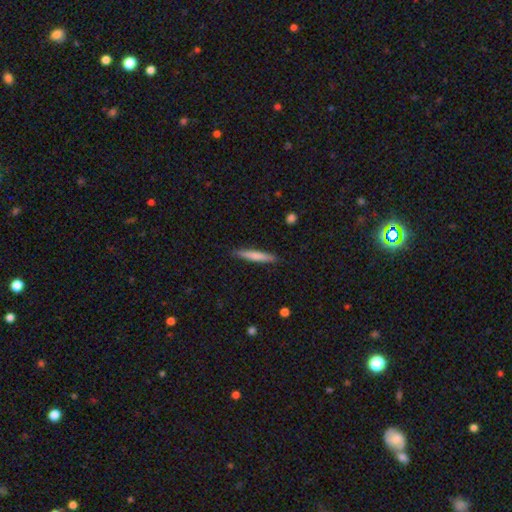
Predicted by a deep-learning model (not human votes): smooth-or-featured: smooth: 72% | featured or disk: 22% | star or artifact: 6%
  how-rounded: cigar-shaped: 94% | in between: 5% | round: 1%
  merging: none: 88% | minor disturbance: 9% | major disturbance: 2% | merger: 1%